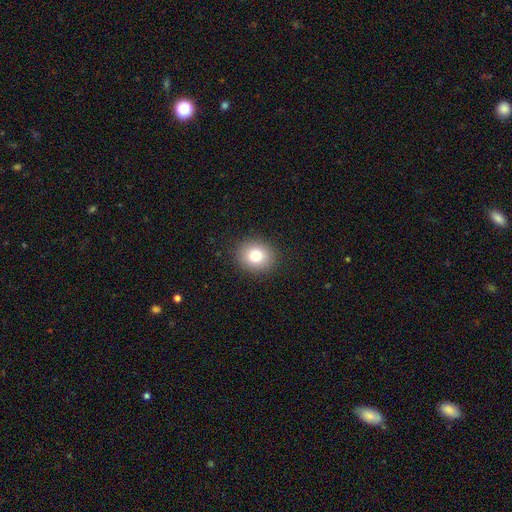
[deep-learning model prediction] The model was most divided on "how rounded": round: 72%, in between: 27%, cigar-shaped: 1%. More confident: merging — none (90%); smooth or featured — smooth (80%).